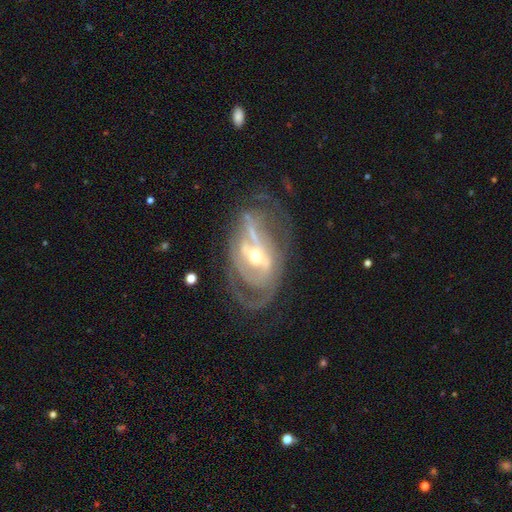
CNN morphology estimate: type=featured or disk (84%); edge-on=no (94%); bar=strong (45%); spiral arms=yes (74%); winding=tight (40%); arm count=2 (51%); bulge=moderate (55%); merging=none (52%).